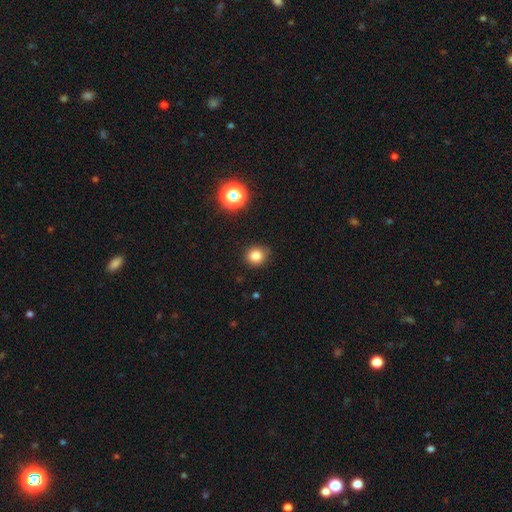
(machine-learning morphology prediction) This is clearly a smooth galaxy (82%). How rounded: clearly round (84%). Merging: clearly none (84%).